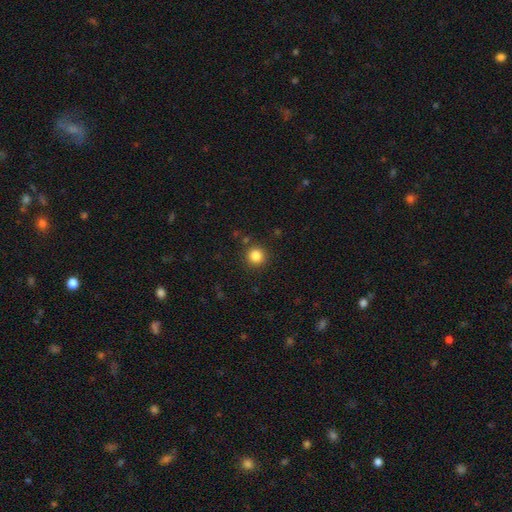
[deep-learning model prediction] Smooth or featured? Predicted: smooth (p=0.84). How rounded? Predicted: round (p=0.94). Merging? Predicted: none (p=0.90).